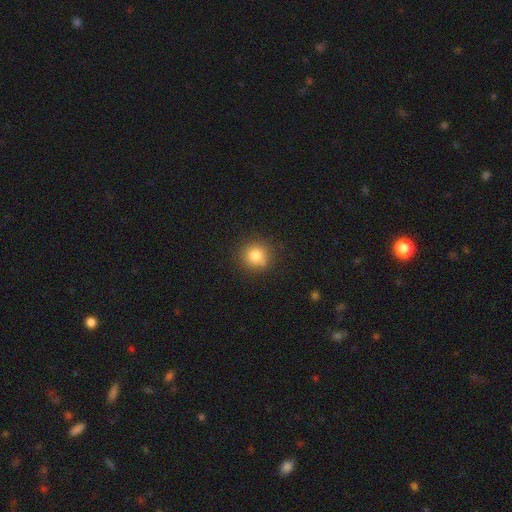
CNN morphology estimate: Smooth or featured?
  - smooth: 82% *
  - star or artifact: 11%
  - featured or disk: 7%
How rounded?
  - round: 90% *
  - in between: 9%
  - cigar-shaped: 1%
Merging?
  - none: 80% *
  - minor disturbance: 13%
  - major disturbance: 3%
  - merger: 3%